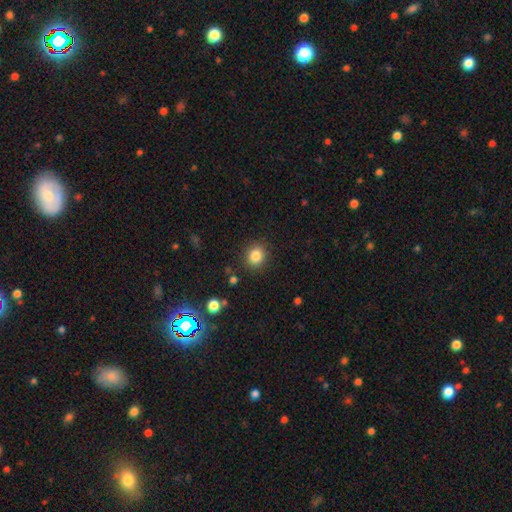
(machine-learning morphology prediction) Q: Smooth or featured?
A: smooth (83%); runner-up: star or artifact (11%)
Q: How rounded?
A: round (77%); runner-up: in between (22%)
Q: Merging?
A: none (88%); runner-up: minor disturbance (8%)